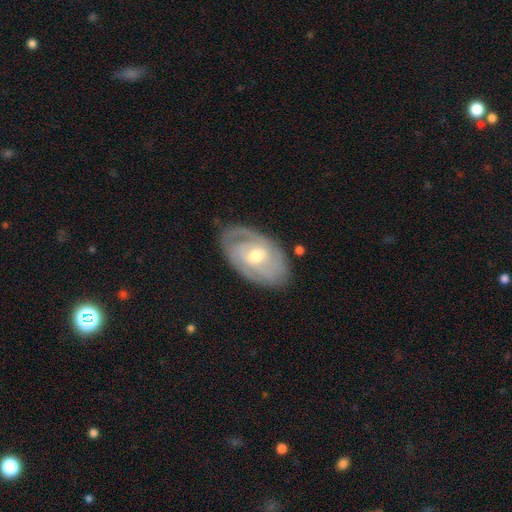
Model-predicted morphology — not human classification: A featured or disk galaxy (79%) with no bar (53%), 2 (40%) tight (68%) spiral arms (88%) and a moderate central bulge (66%). Merging: none (79%).